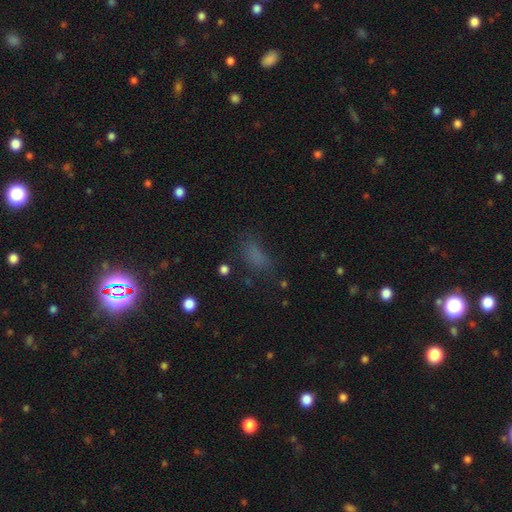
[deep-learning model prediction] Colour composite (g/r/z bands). It shows a smooth galaxy with no disk features (70%) that is in between round and cigar-shaped (80%). Merging: none (60%).